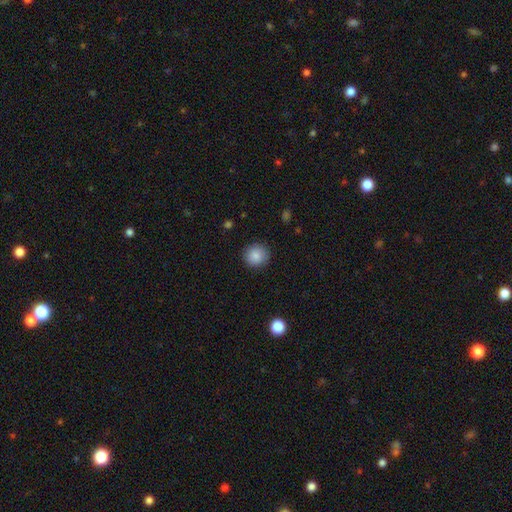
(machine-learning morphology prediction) This is clearly a smooth galaxy (87%). How rounded: clearly round (91%). Merging: clearly none (89%).